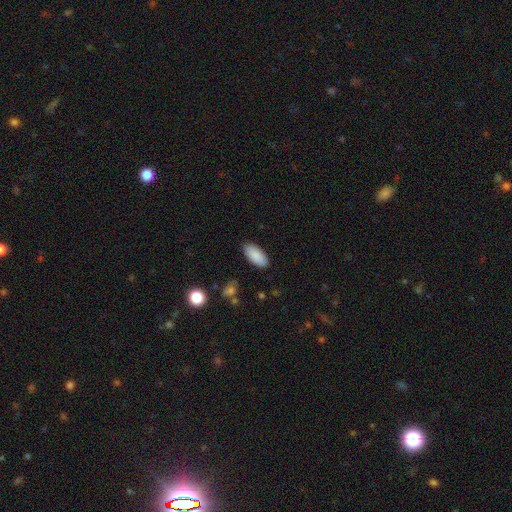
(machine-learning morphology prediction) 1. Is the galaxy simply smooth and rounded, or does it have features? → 90% smooth, 6% star or artifact, 4% featured or disk.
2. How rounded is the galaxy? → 92% in between, 6% cigar-shaped, 2% round.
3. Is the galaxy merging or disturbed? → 88% none, 9% minor disturbance, 2% major disturbance, 1% merger.